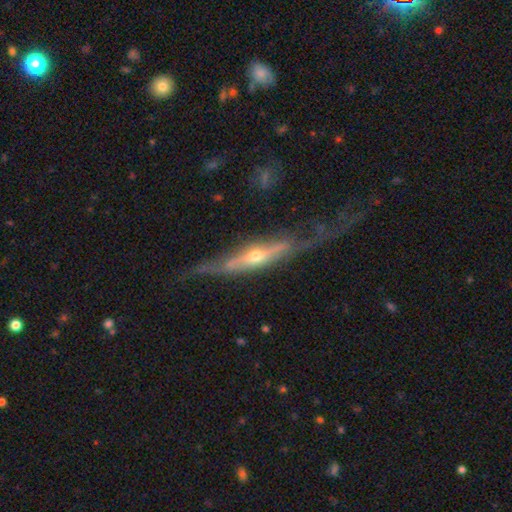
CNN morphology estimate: featured or disk 81%, smooth 14%, star or artifact 5%. Down the decision tree: edge-on disk — yes (82%); edge-on bulge — rounded (86%); merging — none (59%).